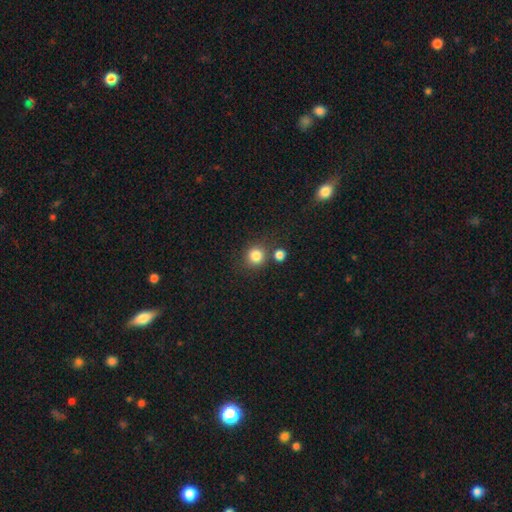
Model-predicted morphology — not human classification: Smooth or featured? smooth (83%)
How rounded? round (89%)
Merging? none (73%)